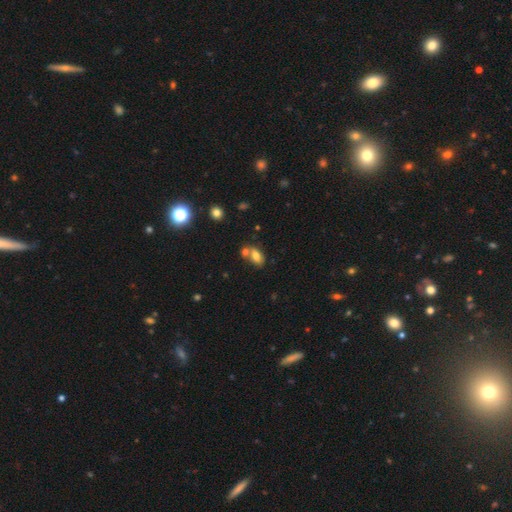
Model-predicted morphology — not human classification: A smooth galaxy with no disk features (76%) that is in between round and cigar-shaped (87%). Merging: none (44%).